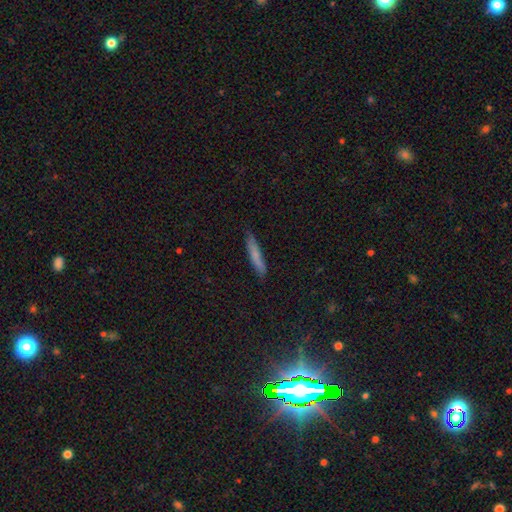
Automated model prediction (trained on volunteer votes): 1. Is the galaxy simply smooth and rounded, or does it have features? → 74% smooth, 18% featured or disk, 8% star or artifact.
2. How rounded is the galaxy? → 91% cigar-shaped, 7% in between, 2% round.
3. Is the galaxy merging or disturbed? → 84% none, 12% minor disturbance, 2% major disturbance, 1% merger.